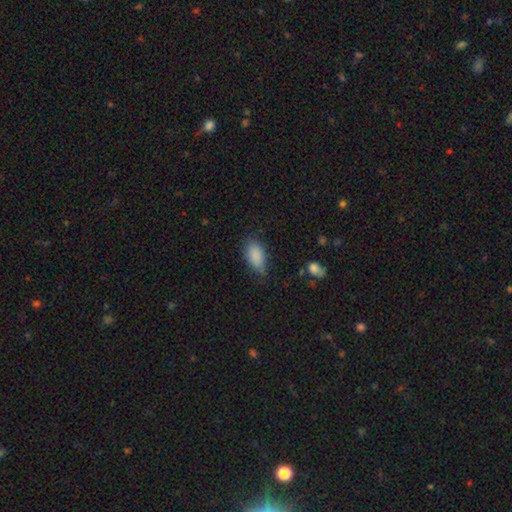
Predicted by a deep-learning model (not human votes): Morphology: type=smooth (86%); roundness=in between (91%); merging=none (63%).